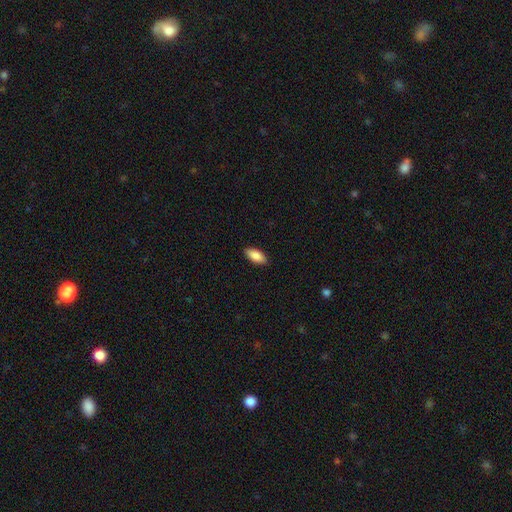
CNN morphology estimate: This appears to be a smooth galaxy with no disk features (87%) that is in between round and cigar-shaped (88%). Merging: none (89%).